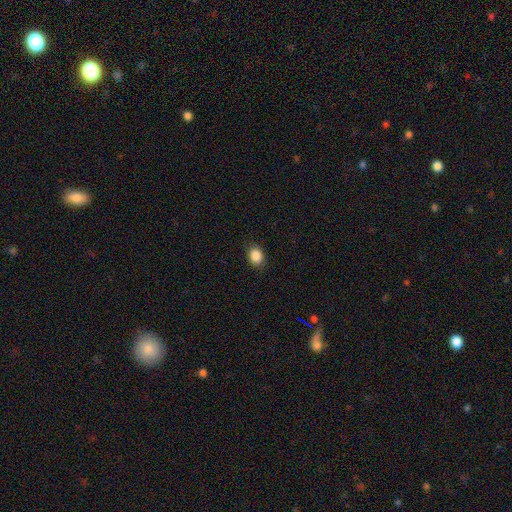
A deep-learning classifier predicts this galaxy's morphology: Overall: smooth (88%). How rounded: in between (57%; round 42%). Merging: none (87%).